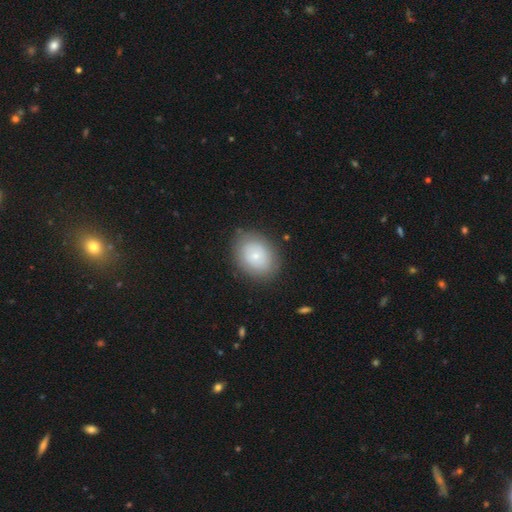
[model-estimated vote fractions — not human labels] Morphology: type=smooth (70%); roundness=in between (62%); merging=none (82%).